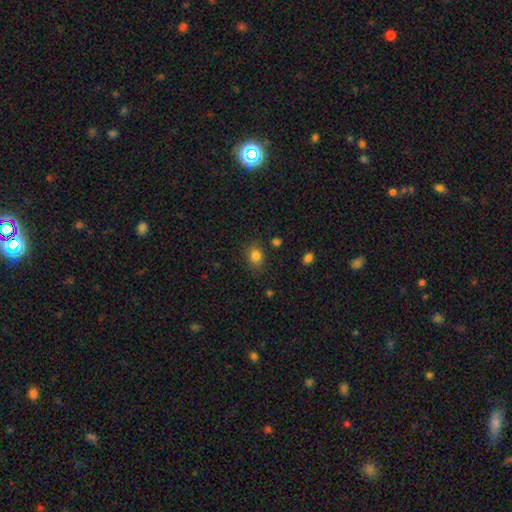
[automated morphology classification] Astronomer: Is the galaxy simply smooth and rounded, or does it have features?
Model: smooth — 82%.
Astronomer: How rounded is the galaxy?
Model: round — 51% (runner-up: in between, 48%).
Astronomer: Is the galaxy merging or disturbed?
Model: none — 80%.